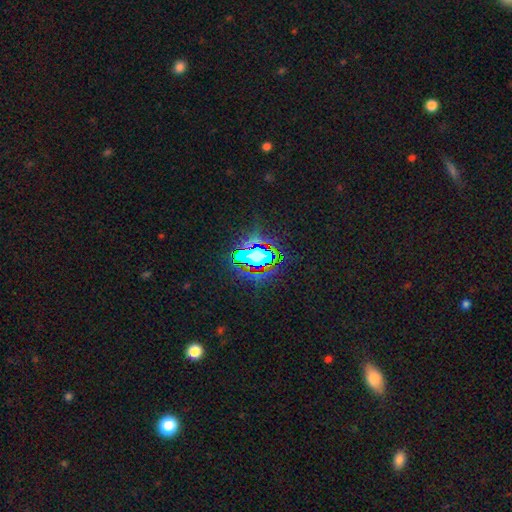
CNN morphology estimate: A star or artifact, not a galaxy (56%).

Vote fractions:
- Smooth or featured? star or artifact: 56% / smooth: 25% / featured or disk: 18%